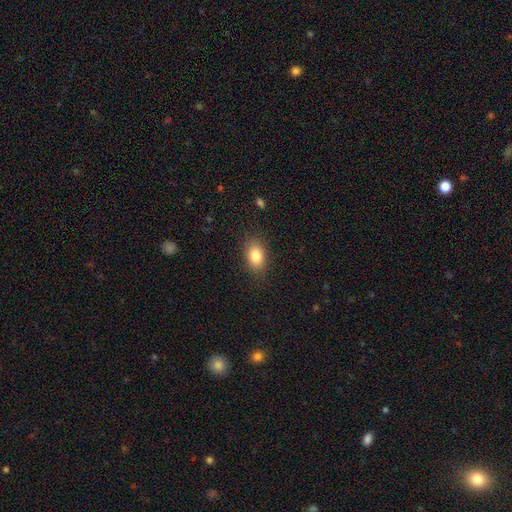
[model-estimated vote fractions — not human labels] A smooth galaxy with no disk features (85%) that is in between round and cigar-shaped (82%).

Vote fractions:
- Smooth or featured? smooth: 85% / star or artifact: 9% / featured or disk: 7%
- How rounded? in between: 82% / round: 16% / cigar-shaped: 2%
- Merging? none: 85% / minor disturbance: 11% / major disturbance: 3% / merger: 1%